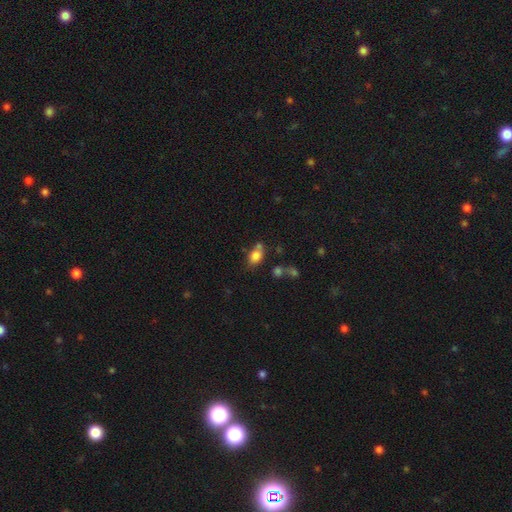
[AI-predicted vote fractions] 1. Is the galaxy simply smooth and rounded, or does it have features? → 79% smooth, 11% star or artifact, 10% featured or disk.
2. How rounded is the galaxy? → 72% in between, 26% round, 2% cigar-shaped.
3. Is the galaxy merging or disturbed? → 51% none, 23% merger, 19% minor disturbance, 7% major disturbance.